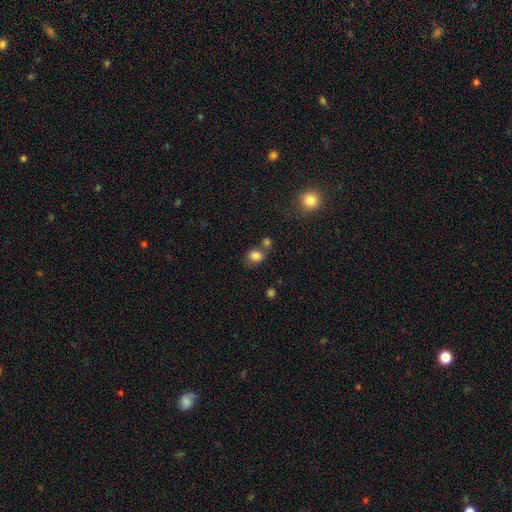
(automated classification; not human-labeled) Morphology: type=smooth (82%); roundness=round (56%); merging=none (54%).